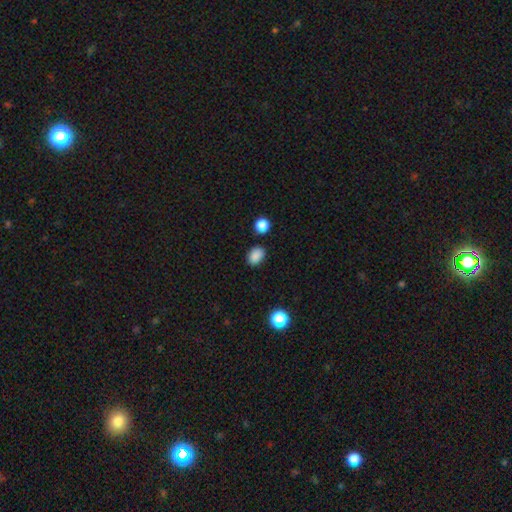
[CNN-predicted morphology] Q: Smooth or featured?
A: smooth (86%); runner-up: star or artifact (10%)
Q: How rounded?
A: in between (75%); runner-up: round (24%)
Q: Merging?
A: none (82%); runner-up: minor disturbance (12%)